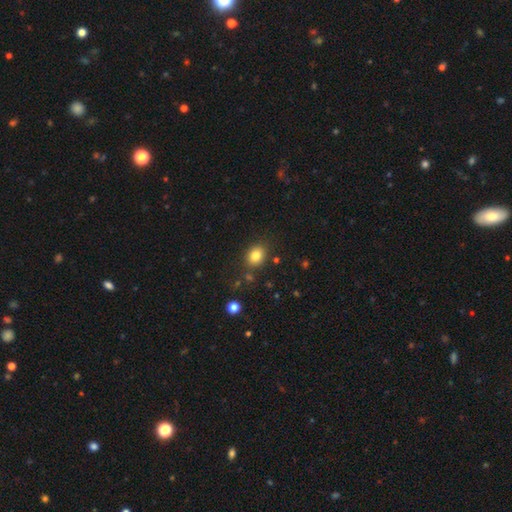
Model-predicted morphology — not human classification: A smooth galaxy with no disk features (82%) that is round (51%). Merging: none (83%).